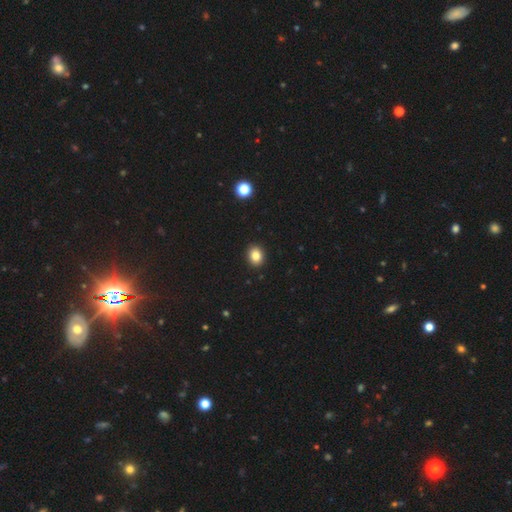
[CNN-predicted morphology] smooth-or-featured: smooth: 84% | star or artifact: 11% | featured or disk: 5%
  how-rounded: round: 56% | in between: 43% | cigar-shaped: 1%
  merging: none: 92% | minor disturbance: 5% | major disturbance: 2% | merger: 1%